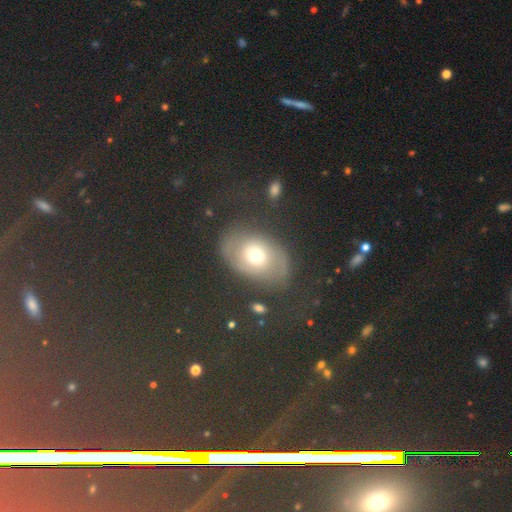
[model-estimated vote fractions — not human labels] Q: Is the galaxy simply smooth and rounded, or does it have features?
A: smooth — 48%.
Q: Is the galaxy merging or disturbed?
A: none — 64%.